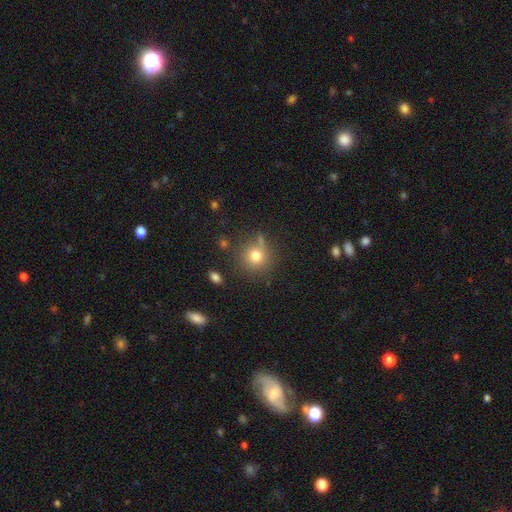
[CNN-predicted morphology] The model was most divided on "smooth or featured": smooth: 75%, star or artifact: 15%, featured or disk: 10%. More confident: how rounded — round (91%); merging — none (74%).